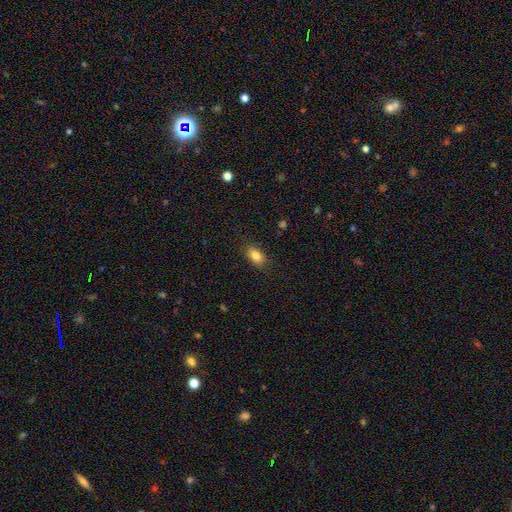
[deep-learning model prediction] This is clearly a smooth galaxy (85%). How rounded: clearly in between (88%). Merging: clearly none (86%).